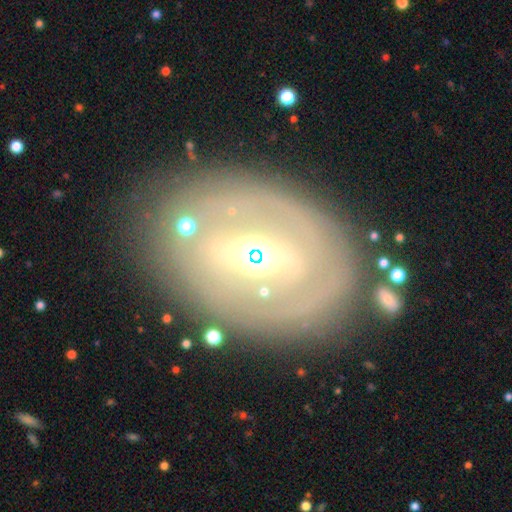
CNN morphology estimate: This appears to be a featured or disk galaxy (67%) with no bar (46%), no spiral arms (58%) and a moderate central bulge (46%). Merging: none (74%).